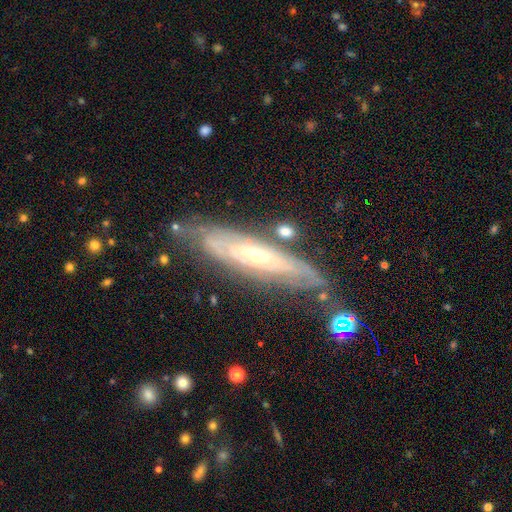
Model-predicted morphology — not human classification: The model was most divided on "edge-on disk": no: 59%, yes: 41%. More confident: smooth or featured — featured or disk (80%); merging — none (73%).